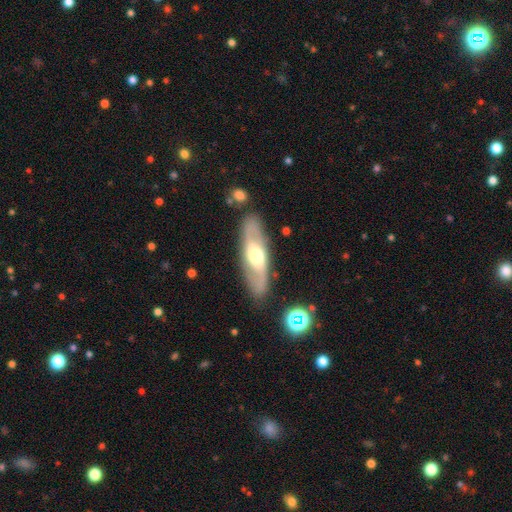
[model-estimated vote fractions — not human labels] Q: Smooth or featured?
A: featured or disk (66%); runner-up: smooth (29%)
Q: Edge-on disk?
A: no (76%); runner-up: yes (24%)
Q: Merging?
A: none (84%); runner-up: minor disturbance (11%)